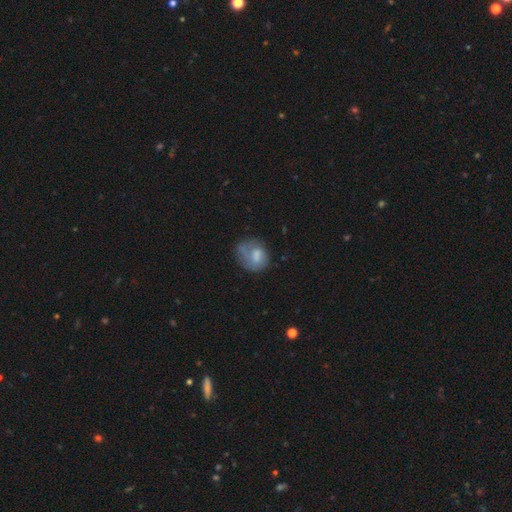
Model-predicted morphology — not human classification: Smooth or featured? smooth (62%)
How rounded? round (55%)
Merging? none (41%)